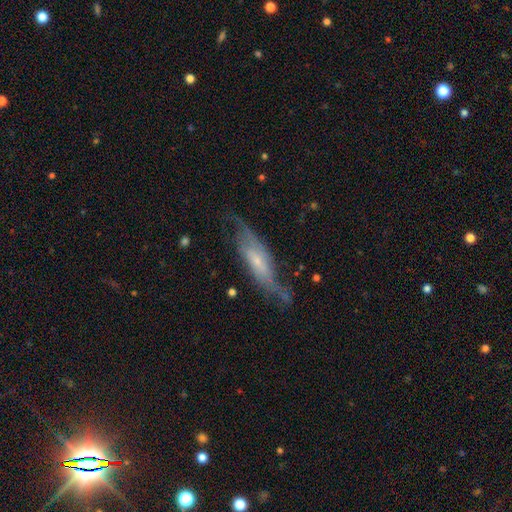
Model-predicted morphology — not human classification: Smooth or featured? Predicted: featured or disk (p=0.69). Edge-on disk? Predicted: no (p=0.62). Merging? Predicted: none (p=0.63).